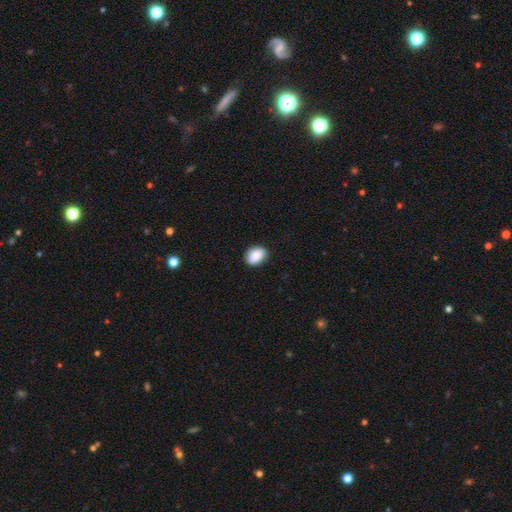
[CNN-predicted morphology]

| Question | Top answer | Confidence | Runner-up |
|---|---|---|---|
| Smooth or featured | smooth | 86% | star or artifact (7%) |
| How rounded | in between | 73% | round (26%) |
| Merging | none | 84% | minor disturbance (12%) |